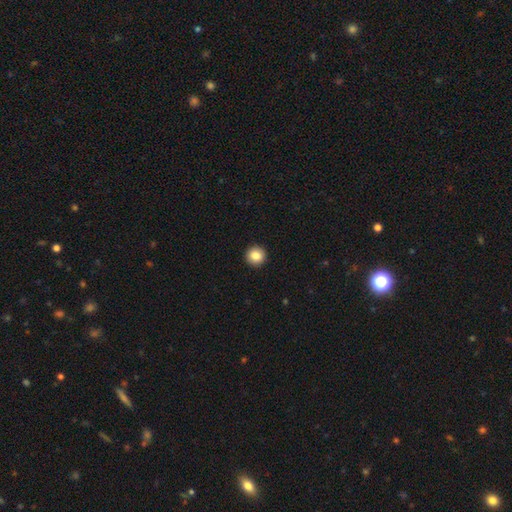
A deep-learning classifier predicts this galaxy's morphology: Smooth or featured? smooth (86%)
How rounded? round (95%)
Merging? none (94%)